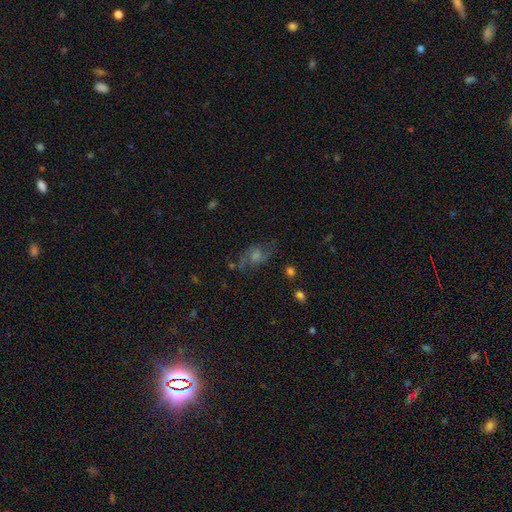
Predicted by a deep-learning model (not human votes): featured or disk 54%, star or artifact 26%, smooth 20%. Down the decision tree: edge-on disk — no (92%); merging — none (71%).